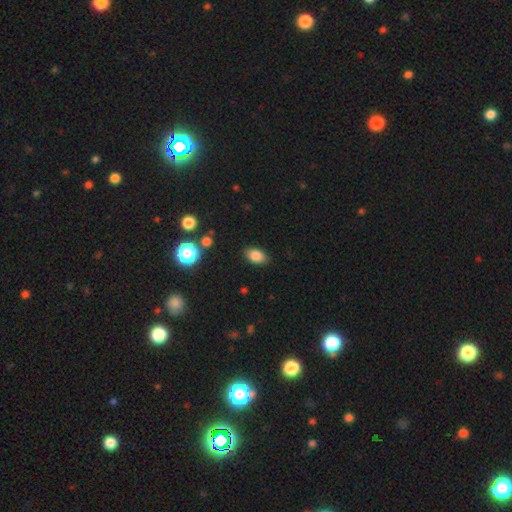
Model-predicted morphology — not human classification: Q: Smooth or featured?
A: smooth (84%); runner-up: star or artifact (10%)
Q: How rounded?
A: in between (86%); runner-up: round (12%)
Q: Merging?
A: none (86%); runner-up: minor disturbance (10%)